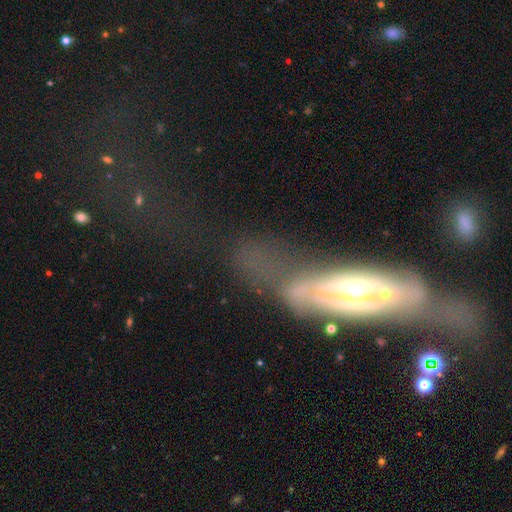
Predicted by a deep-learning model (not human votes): This appears to be a featured or disk galaxy (68%). Merging: none (39%).